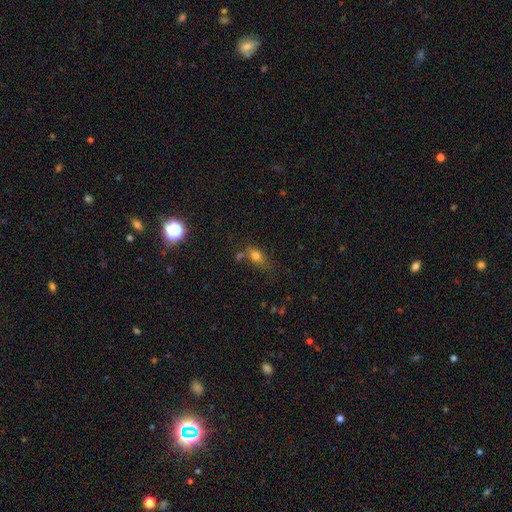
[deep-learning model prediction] A smooth galaxy with no disk features (74%) that is in between round and cigar-shaped (73%). Merging: none (51%).